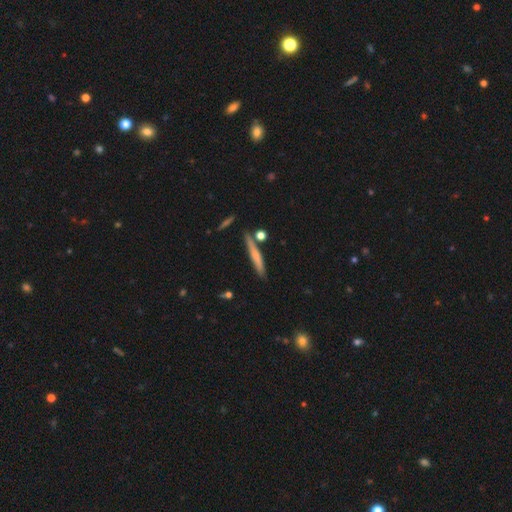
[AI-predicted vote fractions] Morphology: type=smooth (60%); roundness=cigar-shaped (94%); merging=none (81%).